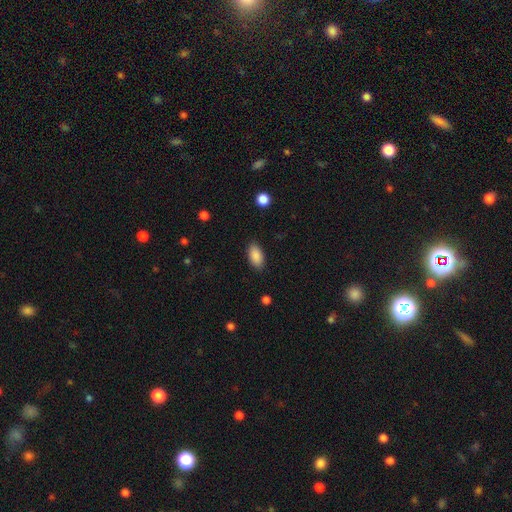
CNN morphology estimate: Smooth or featured? Predicted: smooth (p=0.89). How rounded? Predicted: in between (p=0.93). Merging? Predicted: none (p=0.87).